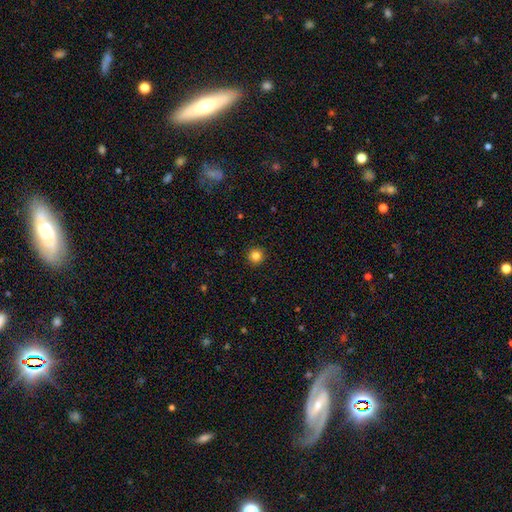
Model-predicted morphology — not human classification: A smooth galaxy with no disk features (84%) that is round (95%).

Vote fractions:
- Smooth or featured? smooth: 84% / star or artifact: 12% / featured or disk: 4%
- How rounded? round: 95% / in between: 4% / cigar-shaped: 1%
- Merging? none: 93% / minor disturbance: 5% / major disturbance: 2% / merger: 1%